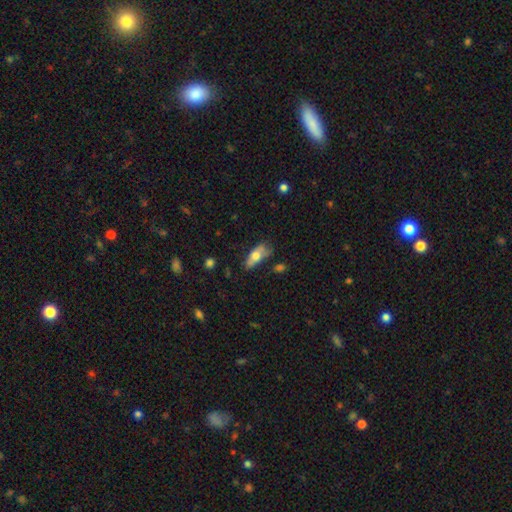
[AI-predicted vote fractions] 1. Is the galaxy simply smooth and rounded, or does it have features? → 60% smooth, 33% featured or disk, 7% star or artifact.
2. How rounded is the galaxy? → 78% in between, 19% cigar-shaped, 4% round.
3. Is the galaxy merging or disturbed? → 50% none, 31% minor disturbance, 13% major disturbance, 6% merger.